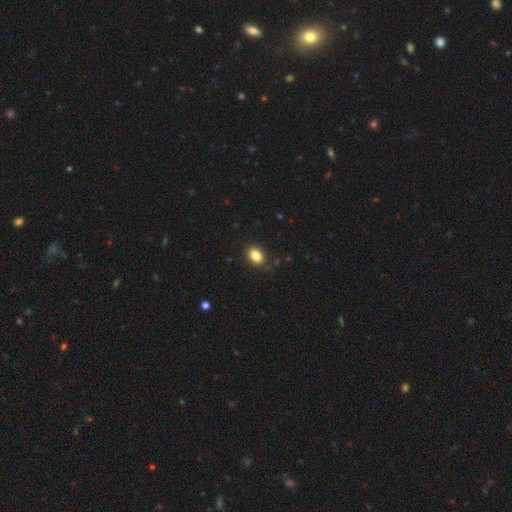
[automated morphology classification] Smooth or featured?
  - smooth: 85% *
  - star or artifact: 10%
  - featured or disk: 6%
How rounded?
  - in between: 65% *
  - round: 34%
  - cigar-shaped: 1%
Merging?
  - none: 86% *
  - minor disturbance: 10%
  - major disturbance: 2%
  - merger: 1%